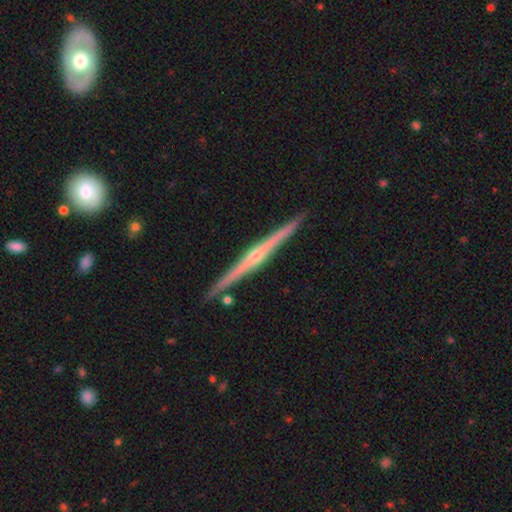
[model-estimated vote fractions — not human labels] A featured or disk galaxy (85%) viewed edge-on (99%) with a rounded central bulge (79%).

Vote fractions:
- Smooth or featured? featured or disk: 85% / smooth: 10% / star or artifact: 5%
- Edge-on disk? yes: 99% / no: 1%
- Edge-on bulge? rounded: 79% / none: 16% / boxy: 5%
- Merging? none: 92% / minor disturbance: 6% / merger: 1% / major disturbance: 1%